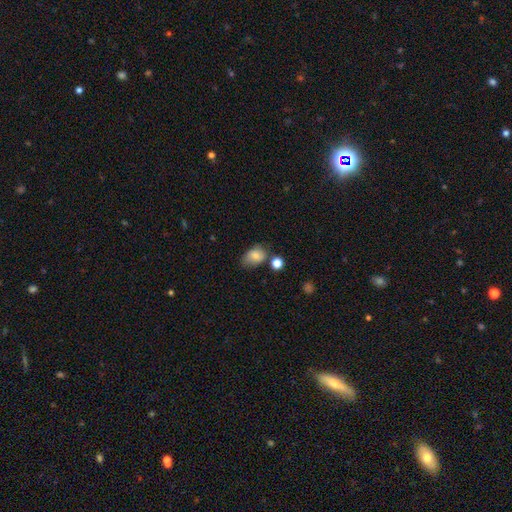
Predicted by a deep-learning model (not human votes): Smooth or featured? smooth (77%)
How rounded? in between (69%)
Merging? none (52%)